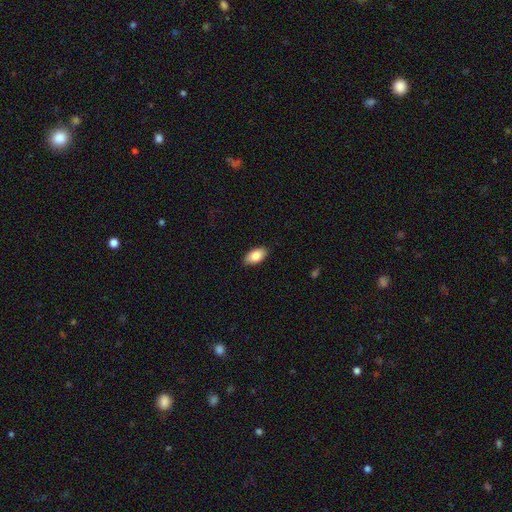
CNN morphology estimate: smooth_or_featured: smooth (p=0.83) [alt: featured or disk p=0.10]
how_rounded: in between (p=0.93) [alt: round p=0.04]
merging: none (p=0.88) [alt: minor disturbance p=0.09]